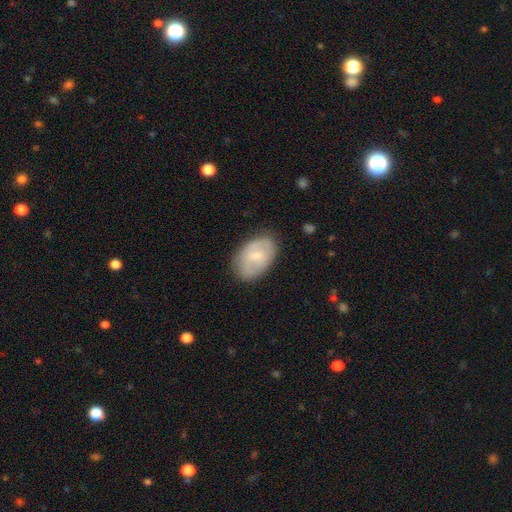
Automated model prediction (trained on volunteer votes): A smooth galaxy with no disk features (58%) that is in between round and cigar-shaped (89%). Merging: none (76%).